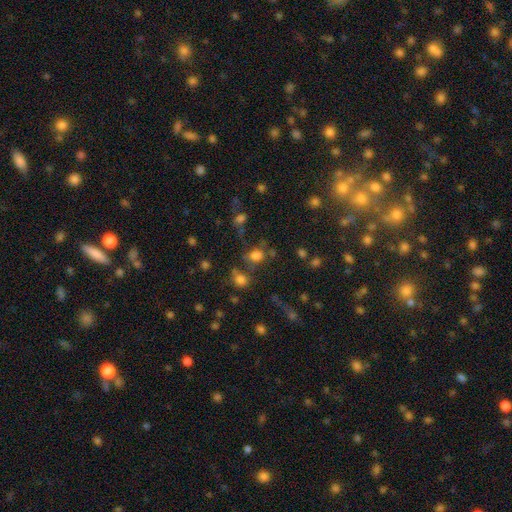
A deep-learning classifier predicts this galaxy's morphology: This appears to be a smooth galaxy with no disk features (71%) that is round (68%). Merging: none (58%).